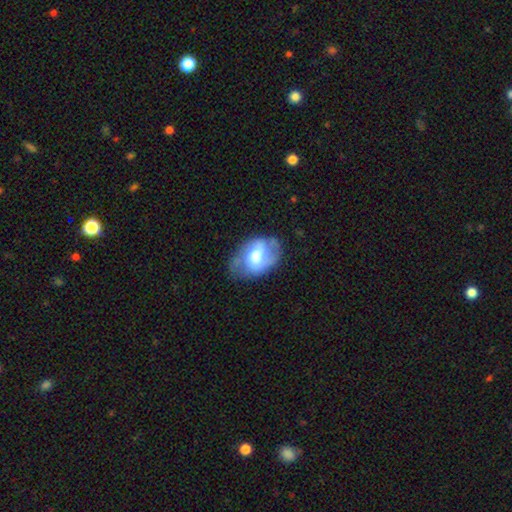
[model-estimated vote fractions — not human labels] smooth_or_featured: featured or disk (p=0.52) [alt: smooth p=0.41]
disk_edge_on: no (p=0.95) [alt: yes p=0.05]
merging: none (p=0.56) [alt: minor disturbance p=0.29]